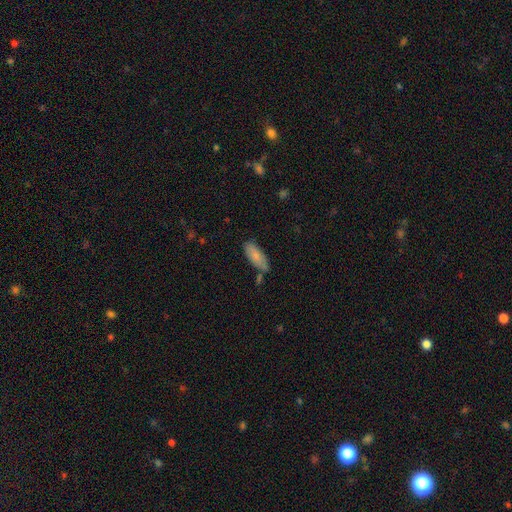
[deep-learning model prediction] smooth-or-featured: smooth: 81% | featured or disk: 13% | star or artifact: 6%
  how-rounded: in between: 73% | cigar-shaped: 25% | round: 2%
  merging: none: 66% | minor disturbance: 20% | merger: 9% | major disturbance: 4%